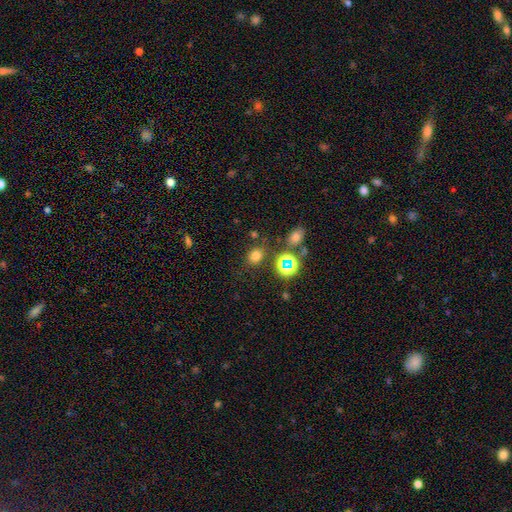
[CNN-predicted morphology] The model was most divided on "how rounded": round: 50%, in between: 48%, cigar-shaped: 1%. More confident: merging — none (77%); smooth or featured — smooth (71%).